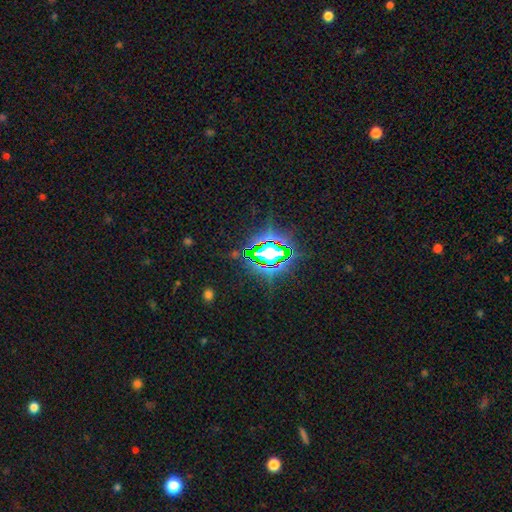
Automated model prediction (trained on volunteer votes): Smooth or featured? star or artifact (80%)